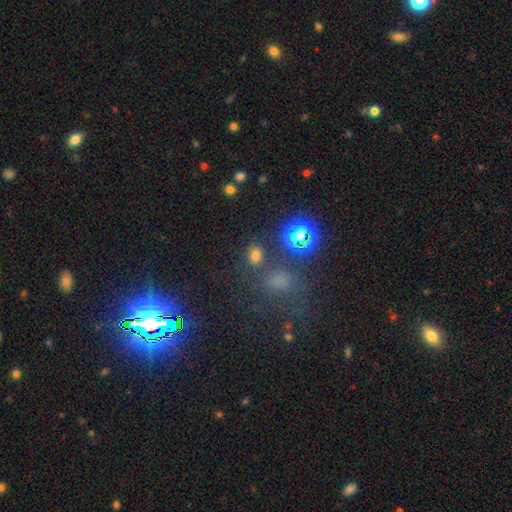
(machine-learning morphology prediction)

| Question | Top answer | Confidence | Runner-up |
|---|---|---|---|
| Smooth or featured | smooth | 58% | star or artifact (35%) |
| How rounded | in between | 50% | round (47%) |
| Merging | none | 71% | minor disturbance (12%) |